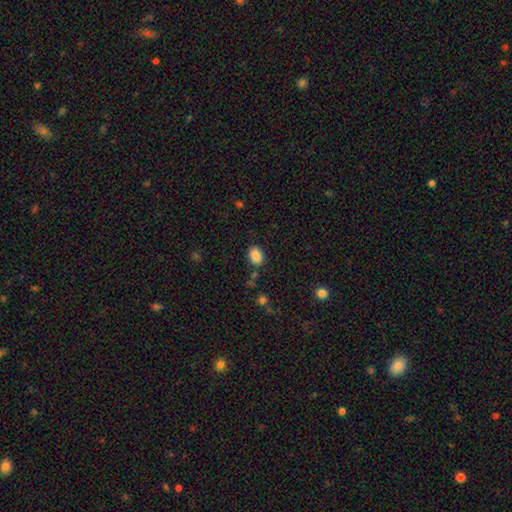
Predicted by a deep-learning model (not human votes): Smooth or featured? Predicted: smooth (p=0.86). How rounded? Predicted: in between (p=0.74). Merging? Predicted: none (p=0.82).